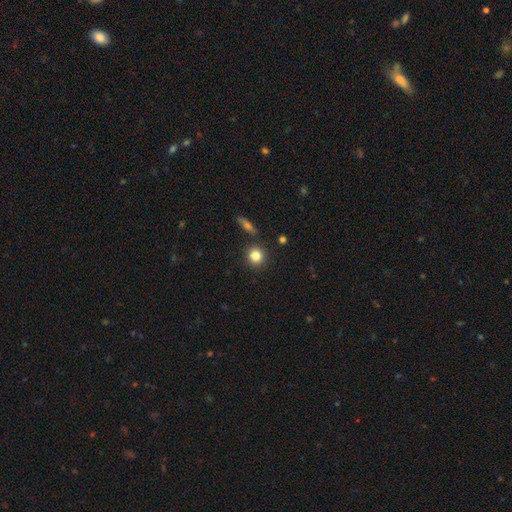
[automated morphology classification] Overall: smooth (83%). How rounded: round (90%). Merging: none (87%).